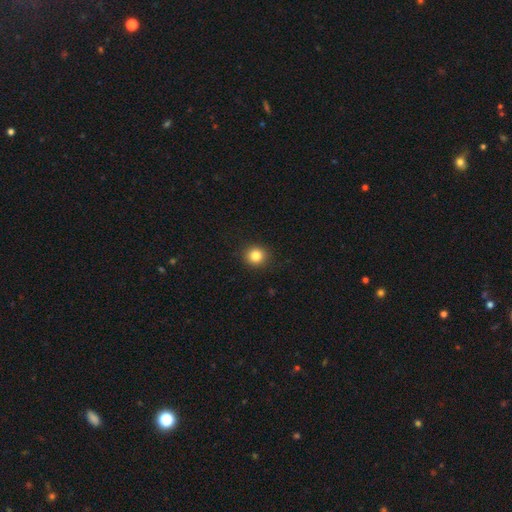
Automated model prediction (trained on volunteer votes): Q: Smooth or featured?
A: smooth (83%); runner-up: star or artifact (11%)
Q: How rounded?
A: round (89%); runner-up: in between (10%)
Q: Merging?
A: none (92%); runner-up: minor disturbance (6%)